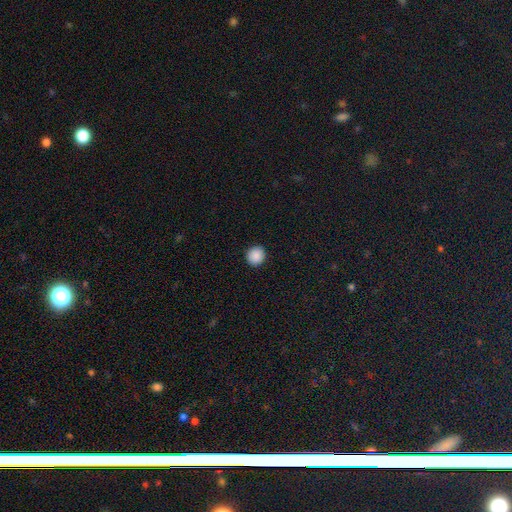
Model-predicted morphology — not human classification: Smooth or featured? Predicted: smooth (p=0.89). How rounded? Predicted: round (p=0.93). Merging? Predicted: none (p=0.93).